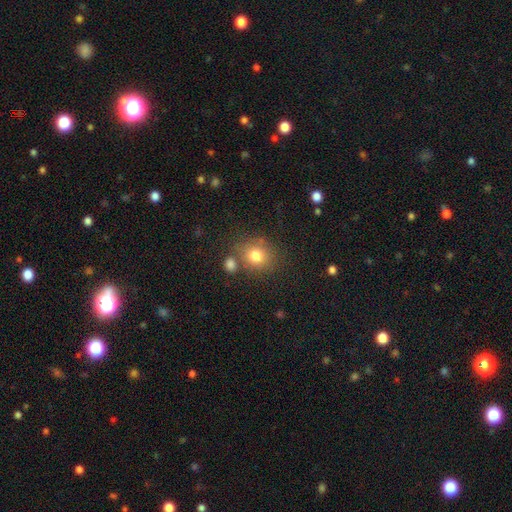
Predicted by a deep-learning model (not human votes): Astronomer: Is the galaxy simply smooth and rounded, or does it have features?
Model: smooth — 77%.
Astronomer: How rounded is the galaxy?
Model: round — 80%.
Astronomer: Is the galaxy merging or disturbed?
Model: none — 70%.